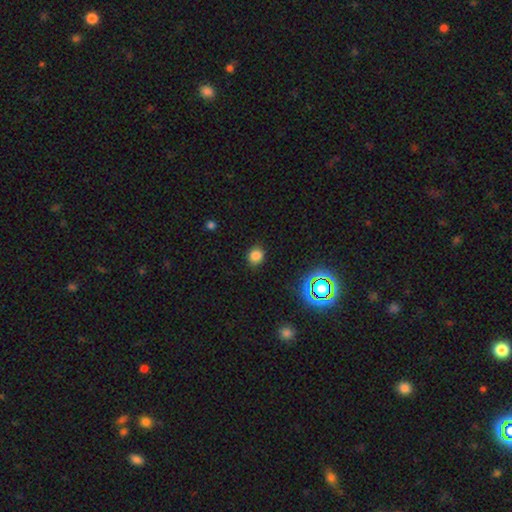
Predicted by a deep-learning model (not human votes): Smooth or featured?
  - smooth: 80% *
  - star or artifact: 16%
  - featured or disk: 5%
How rounded?
  - round: 77% *
  - in between: 22%
  - cigar-shaped: 1%
Merging?
  - none: 86% *
  - minor disturbance: 10%
  - major disturbance: 3%
  - merger: 1%